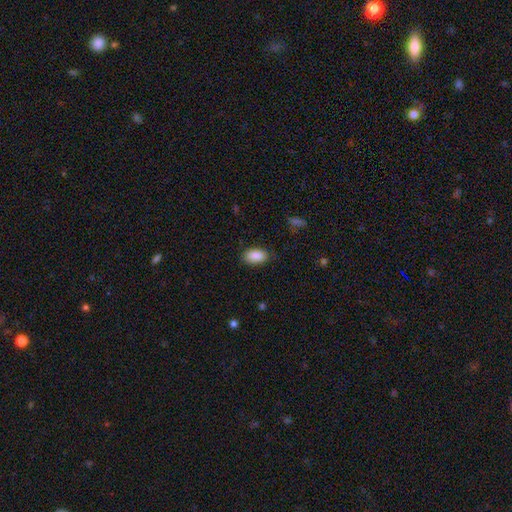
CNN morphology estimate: smooth_or_featured: smooth (p=0.89) [alt: star or artifact p=0.07]
how_rounded: in between (p=0.93) [alt: round p=0.05]
merging: none (p=0.81) [alt: minor disturbance p=0.15]